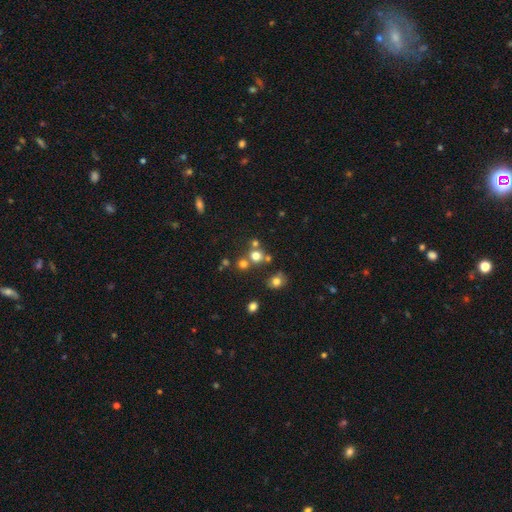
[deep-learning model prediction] This is likely a smooth galaxy (68%). How rounded: clearly round (88%). Merging: likely none (62%).